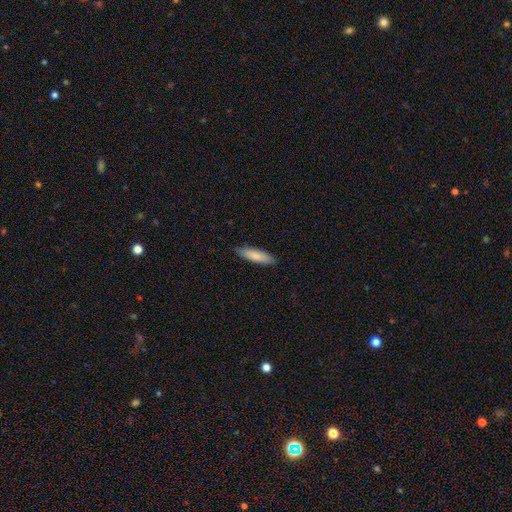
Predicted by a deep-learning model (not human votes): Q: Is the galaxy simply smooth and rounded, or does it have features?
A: smooth — 83%.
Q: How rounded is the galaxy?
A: cigar-shaped — 67%.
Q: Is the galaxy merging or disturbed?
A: none — 87%.